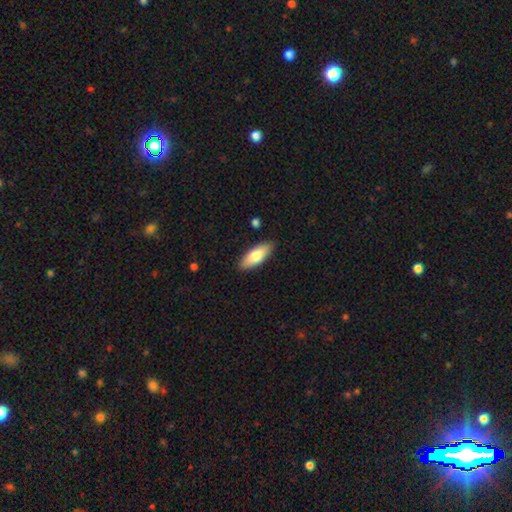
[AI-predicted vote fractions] A smooth galaxy with no disk features (75%) that is in between round and cigar-shaped (74%).

Vote fractions:
- Smooth or featured? smooth: 75% / featured or disk: 19% / star or artifact: 6%
- How rounded? in between: 74% / cigar-shaped: 24% / round: 2%
- Merging? none: 88% / minor disturbance: 9% / major disturbance: 2% / merger: 1%